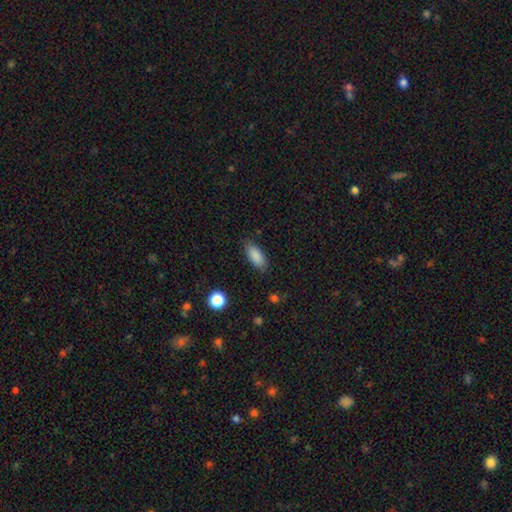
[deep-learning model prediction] This is clearly a smooth galaxy (88%). How rounded: clearly in between (85%). Merging: clearly none (84%).